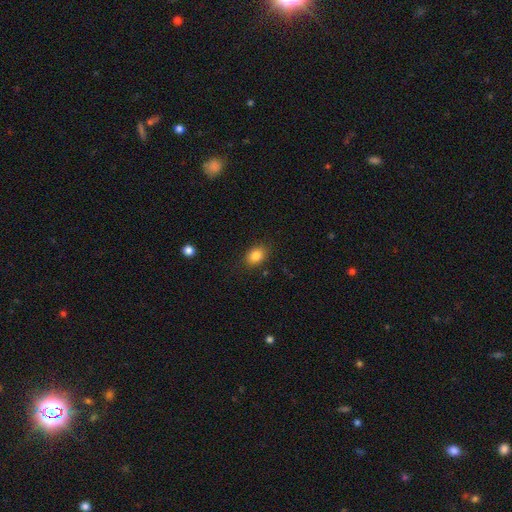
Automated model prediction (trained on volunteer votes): smooth-or-featured: smooth: 85% | star or artifact: 9% | featured or disk: 6%
  how-rounded: in between: 70% | round: 29% | cigar-shaped: 1%
  merging: none: 83% | minor disturbance: 12% | major disturbance: 3% | merger: 1%